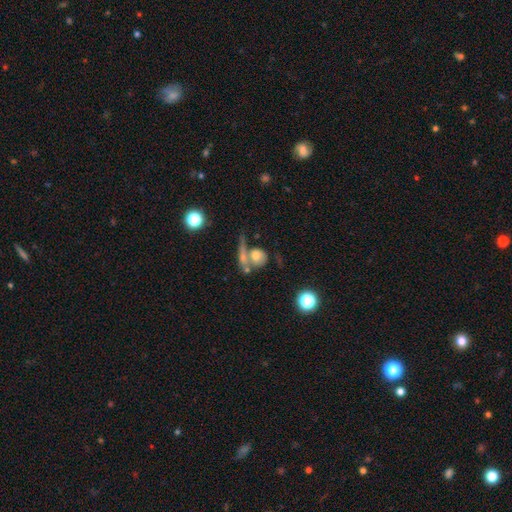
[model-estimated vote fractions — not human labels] A smooth galaxy with no disk features (58%) that is round (66%).

Vote fractions:
- Smooth or featured? smooth: 58% / featured or disk: 31% / star or artifact: 10%
- How rounded? round: 66% / in between: 29% / cigar-shaped: 5%
- Merging? merger: 39% / none: 36% / major disturbance: 13% / minor disturbance: 12%